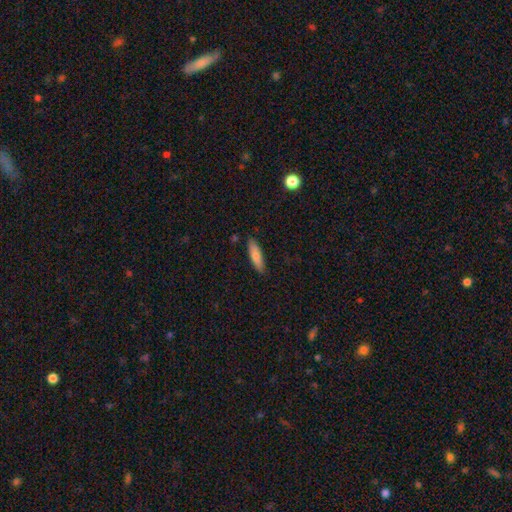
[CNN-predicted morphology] Overall: smooth (80%). How rounded: cigar-shaped (61%; in between 37%). Merging: none (87%).